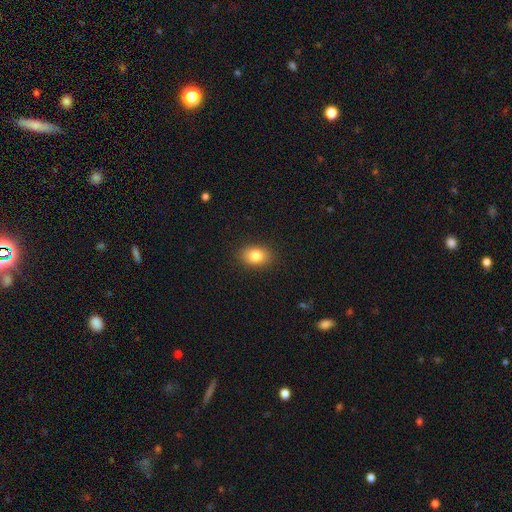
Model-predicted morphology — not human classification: Smooth or featured: smooth — 82% (star or artifact — 9%)
How rounded: in between — 75% (round — 24%)
Merging: none — 88% (minor disturbance — 9%)